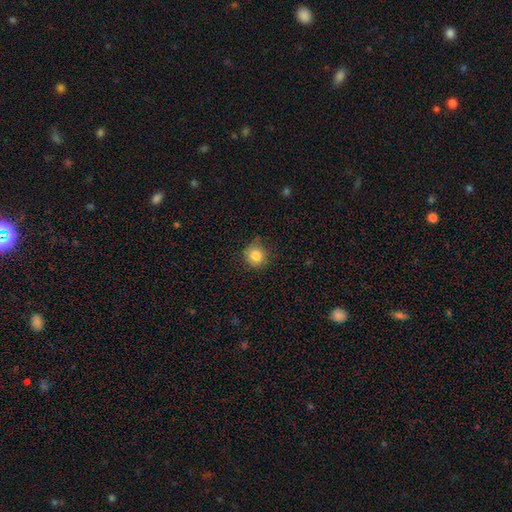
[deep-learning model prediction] smooth-or-featured: smooth: 83% | star or artifact: 11% | featured or disk: 6%
  how-rounded: round: 91% | in between: 8% | cigar-shaped: 1%
  merging: none: 78% | minor disturbance: 17% | major disturbance: 3% | merger: 1%